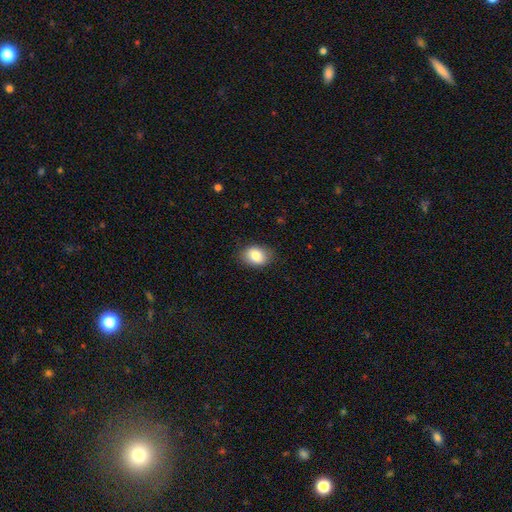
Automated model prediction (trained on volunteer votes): A smooth galaxy with no disk features (84%) that is in between round and cigar-shaped (73%). Merging: none (82%).